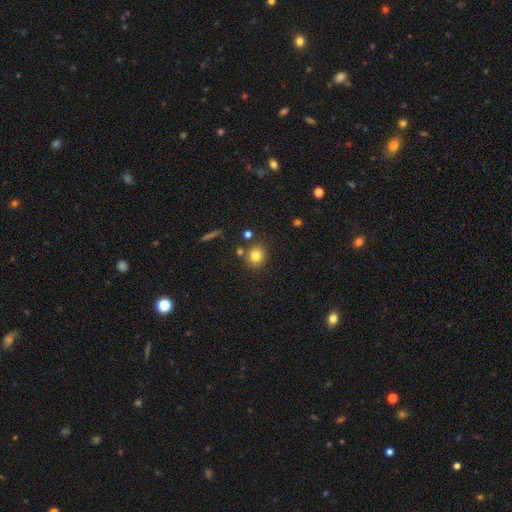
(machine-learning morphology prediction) Smooth or featured? smooth (79%)
How rounded? round (80%)
Merging? none (79%)